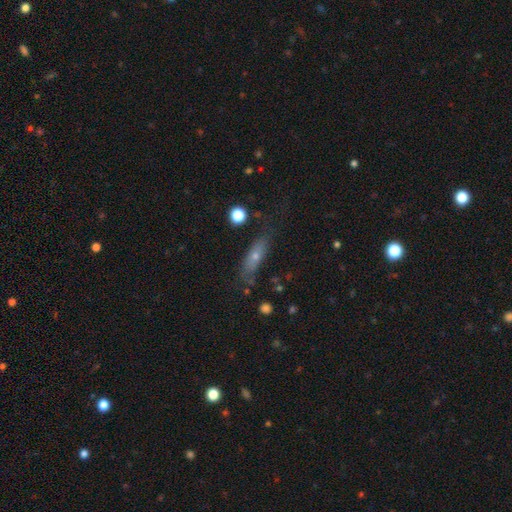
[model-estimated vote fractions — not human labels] Morphology: type=smooth (54%); roundness=cigar-shaped (56%); merging=none (66%).